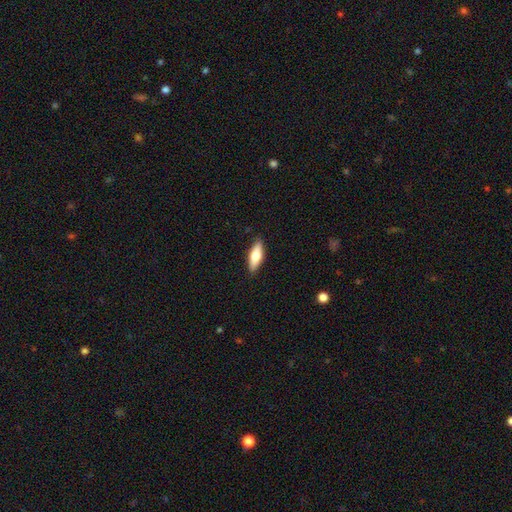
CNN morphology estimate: Overall: smooth (69%). How rounded: in between (61%; cigar-shaped 37%). Merging: none (88%).